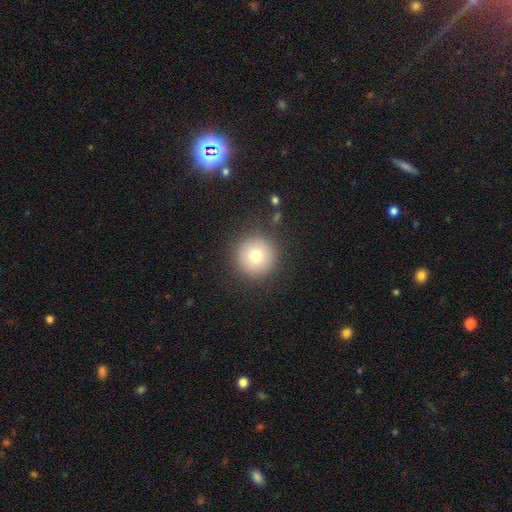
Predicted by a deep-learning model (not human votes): Smooth or featured? Predicted: smooth (p=0.75). How rounded? Predicted: round (p=0.96). Merging? Predicted: none (p=0.90).